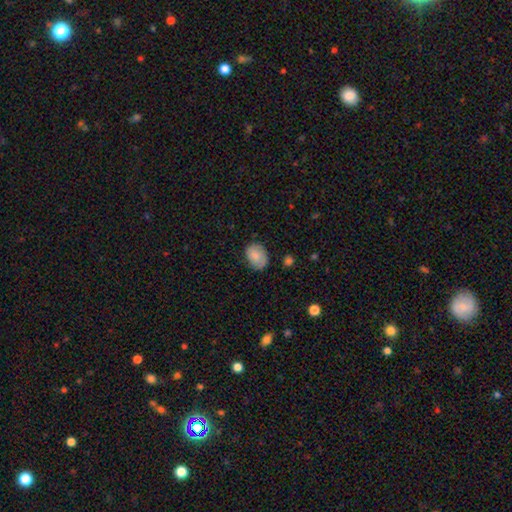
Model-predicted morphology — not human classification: Smooth or featured? smooth (76%)
How rounded? in between (70%)
Merging? none (70%)